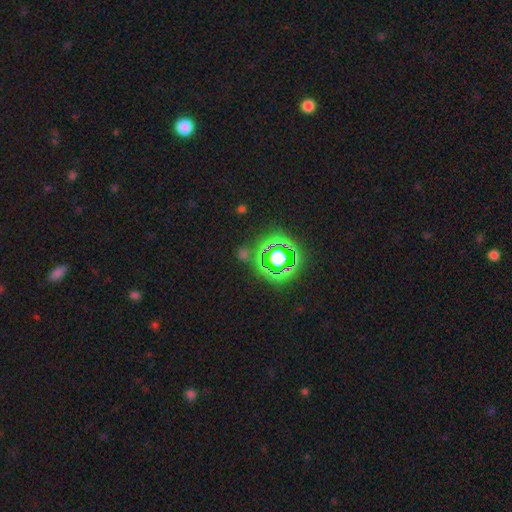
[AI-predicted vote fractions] This appears to be a star or artifact, not a galaxy (79%).